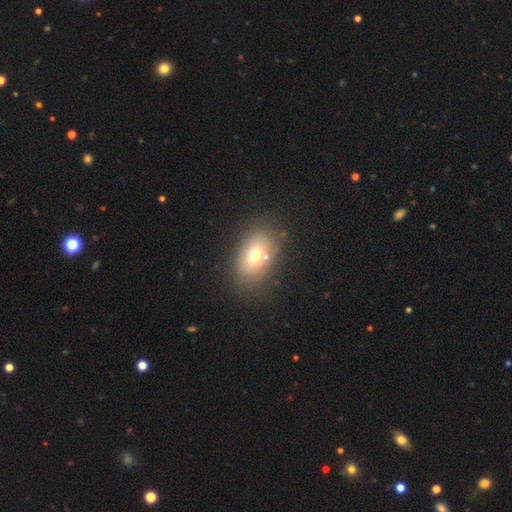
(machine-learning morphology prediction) Smooth or featured: smooth — 68% (featured or disk — 20%)
How rounded: in between — 80% (round — 19%)
Merging: none — 72% (minor disturbance — 14%)